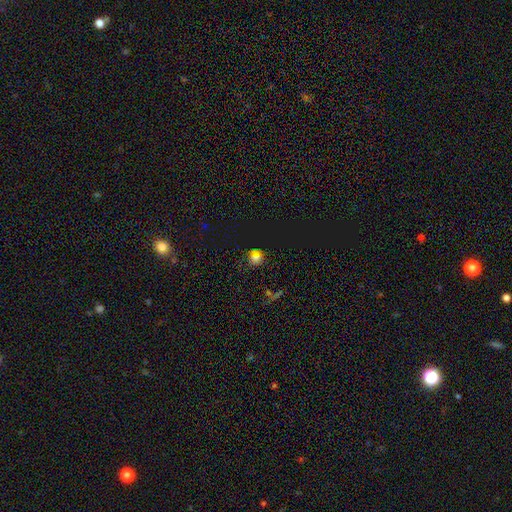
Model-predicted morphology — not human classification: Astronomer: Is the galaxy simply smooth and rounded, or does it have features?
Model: smooth — 52% (runner-up: star or artifact, 38%).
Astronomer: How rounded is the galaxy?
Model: round — 84%.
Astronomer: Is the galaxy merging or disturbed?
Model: none — 75%.